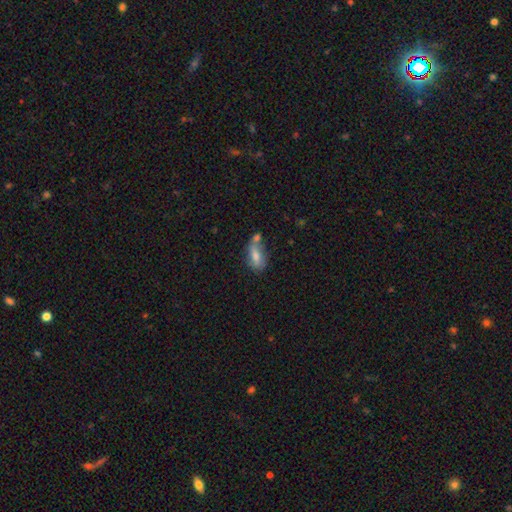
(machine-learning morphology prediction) This is likely a smooth galaxy (65%). How rounded: clearly in between (81%). Merging: marginally none (40%).